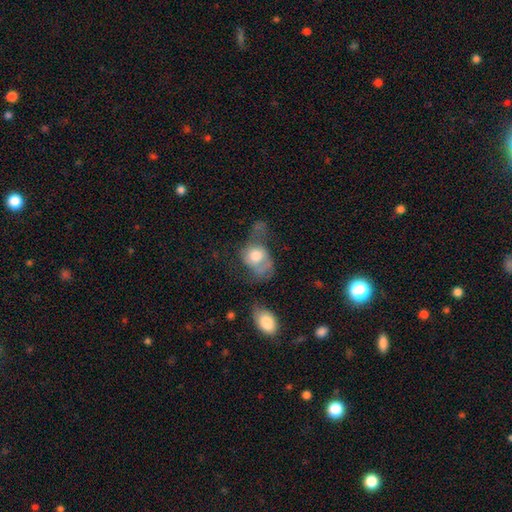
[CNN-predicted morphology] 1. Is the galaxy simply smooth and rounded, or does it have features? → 58% smooth, 33% featured or disk, 8% star or artifact.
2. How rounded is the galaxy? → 57% in between, 41% round, 2% cigar-shaped.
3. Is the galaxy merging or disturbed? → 49% major disturbance, 19% minor disturbance, 18% none, 15% merger.